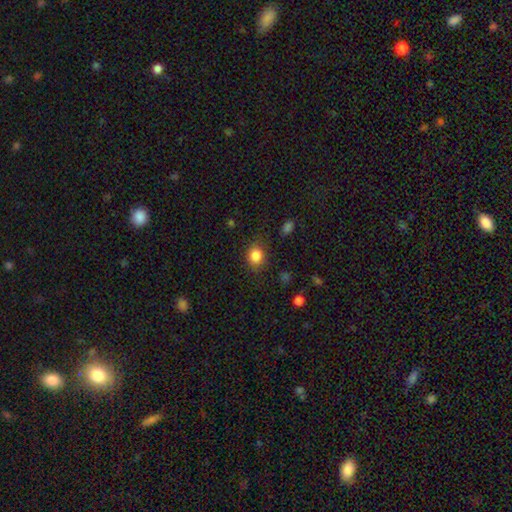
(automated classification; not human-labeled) Smooth or featured? smooth (85%)
How rounded? round (62%)
Merging? none (81%)